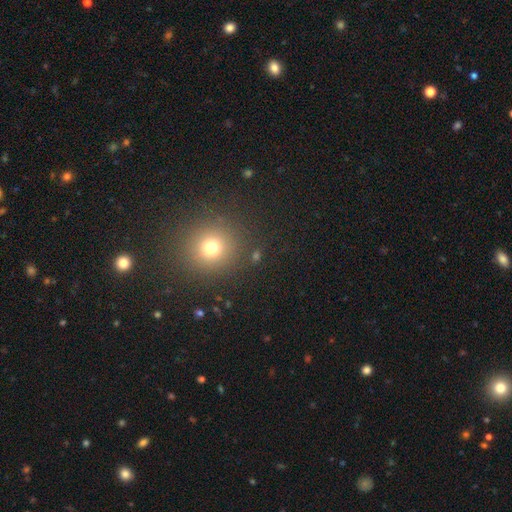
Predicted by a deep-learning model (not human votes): Smooth or featured?
  - smooth: 64% *
  - star or artifact: 29%
  - featured or disk: 7%
How rounded?
  - round: 90% *
  - in between: 9%
  - cigar-shaped: 1%
Merging?
  - none: 88% *
  - minor disturbance: 6%
  - merger: 3%
  - major disturbance: 3%